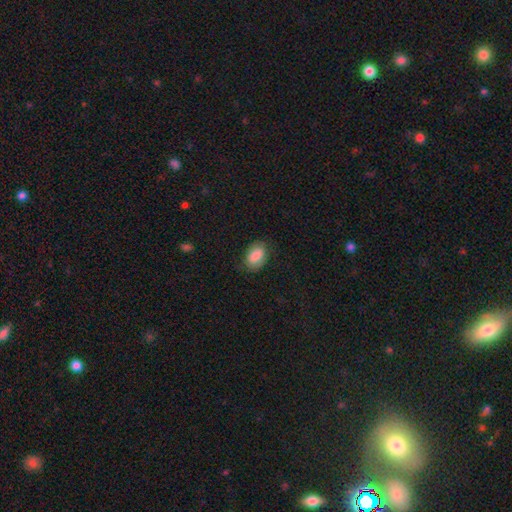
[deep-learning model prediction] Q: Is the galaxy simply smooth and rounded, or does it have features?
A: smooth — 82%.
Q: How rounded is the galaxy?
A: in between — 90%.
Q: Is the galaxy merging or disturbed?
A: none — 75%.